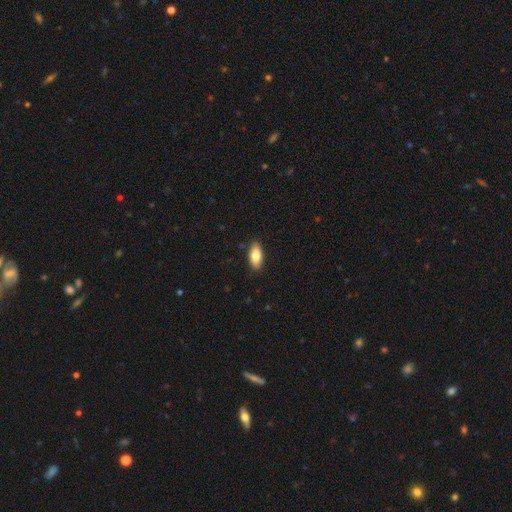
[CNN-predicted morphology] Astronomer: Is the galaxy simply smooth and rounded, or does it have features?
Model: smooth — 81%.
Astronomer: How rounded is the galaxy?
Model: in between — 88%.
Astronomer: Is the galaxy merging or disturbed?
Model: none — 87%.